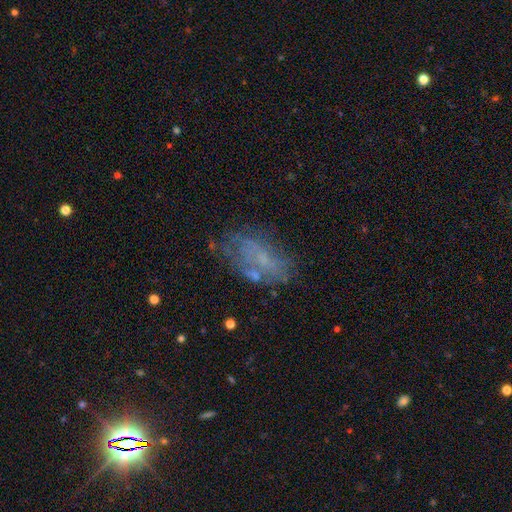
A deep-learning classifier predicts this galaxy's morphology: Smooth or featured?
  - featured or disk: 44% *
  - smooth: 34%
  - star or artifact: 21%
Merging?
  - none: 57% *
  - minor disturbance: 21%
  - major disturbance: 16%
  - merger: 5%